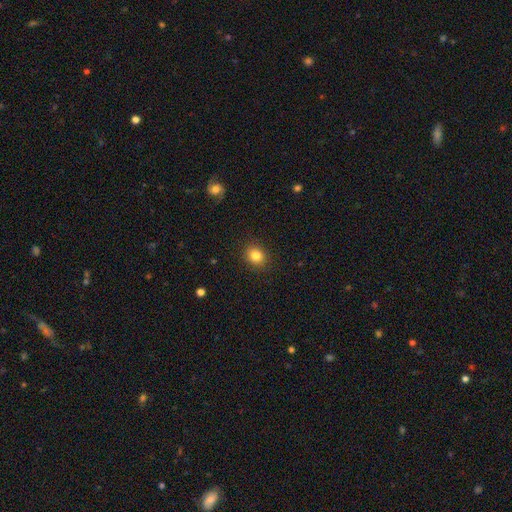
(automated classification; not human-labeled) A smooth galaxy with no disk features (83%) that is round (70%). Merging: none (89%).